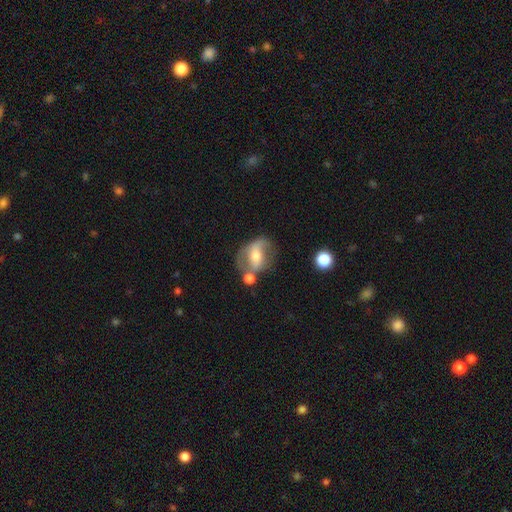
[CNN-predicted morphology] Smooth or featured: featured or disk — 59% (smooth — 34%)
Edge-on disk: no — 92% (yes — 8%)
Bar: strong — 40% (weak — 33%)
Spiral arms: yes — 58% (no — 42%)
Bulge size: moderate — 57% (small — 31%)
Merging: none — 47% (minor disturbance — 21%)